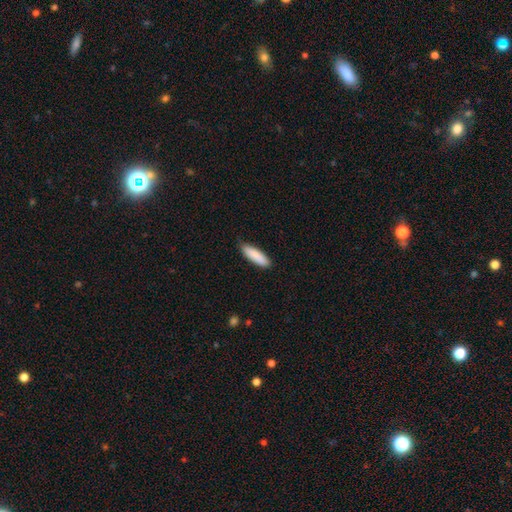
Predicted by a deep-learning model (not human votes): Smooth or featured? smooth (88%)
How rounded? cigar-shaped (61%)
Merging? none (83%)